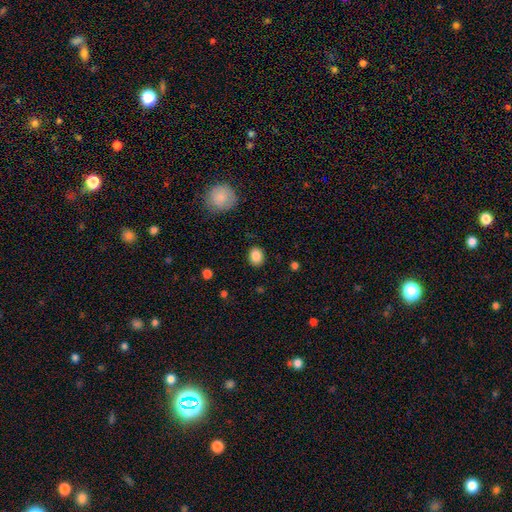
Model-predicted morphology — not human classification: A smooth galaxy with no disk features (86%) that is round (56%). Merging: none (87%).